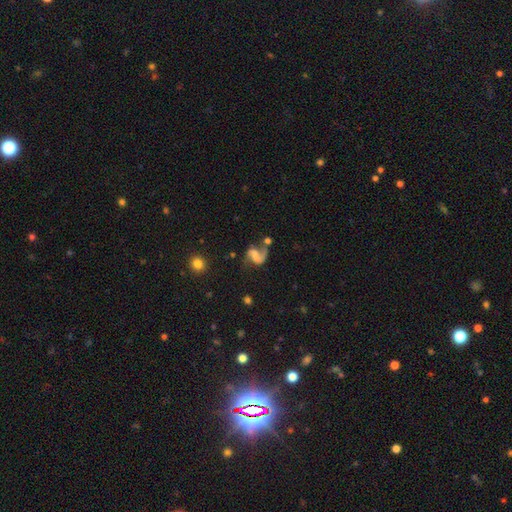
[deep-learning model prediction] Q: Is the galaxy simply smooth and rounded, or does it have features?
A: featured or disk — 80%.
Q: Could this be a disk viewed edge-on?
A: no — 98%.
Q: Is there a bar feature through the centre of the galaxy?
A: weak — 42%.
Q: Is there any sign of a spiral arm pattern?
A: yes — 94%.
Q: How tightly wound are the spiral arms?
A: loose — 64%.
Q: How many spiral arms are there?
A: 2 — 83%.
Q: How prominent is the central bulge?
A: none — 52%.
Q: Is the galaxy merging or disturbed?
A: none — 49%.